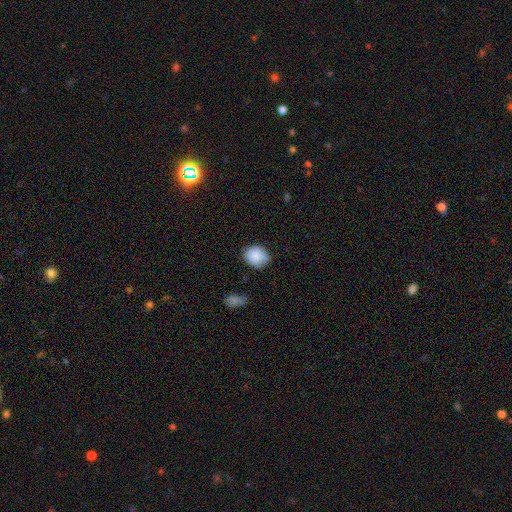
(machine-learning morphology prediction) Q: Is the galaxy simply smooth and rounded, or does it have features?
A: smooth — 86%.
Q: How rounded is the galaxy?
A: round — 60%.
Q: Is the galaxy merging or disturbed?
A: none — 68%.